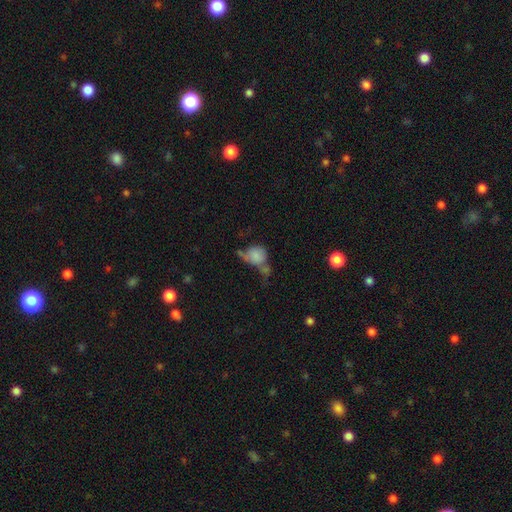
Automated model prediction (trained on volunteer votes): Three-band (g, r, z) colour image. It shows a smooth galaxy with no disk features (72%) that is round (57%). Merging: merger (39%).